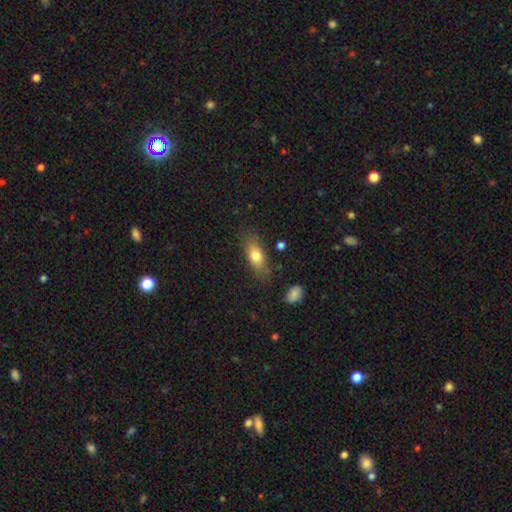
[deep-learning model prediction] Morphology: type=smooth (77%); roundness=in between (77%); merging=none (75%).